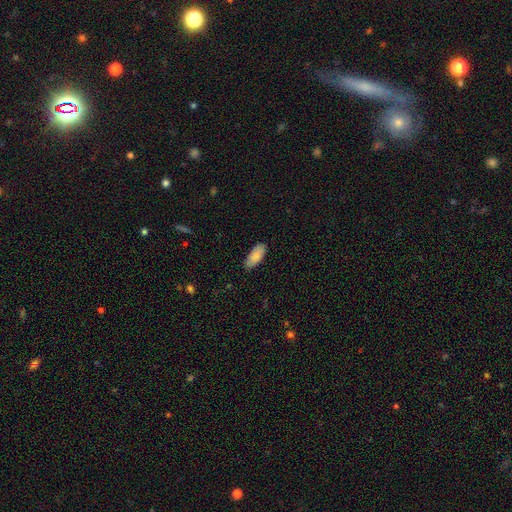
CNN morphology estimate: smooth 85%, featured or disk 9%, star or artifact 6%. Down the decision tree: how rounded — in between (87%); merging — none (85%).